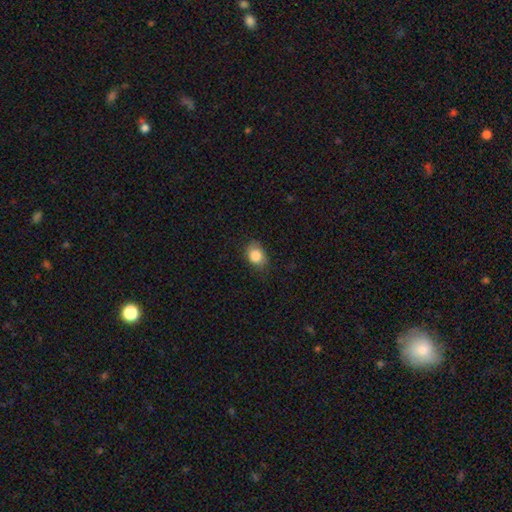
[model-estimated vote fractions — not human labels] smooth 84%, star or artifact 8%, featured or disk 7%. Down the decision tree: how rounded — in between (65%); merging — none (68%).